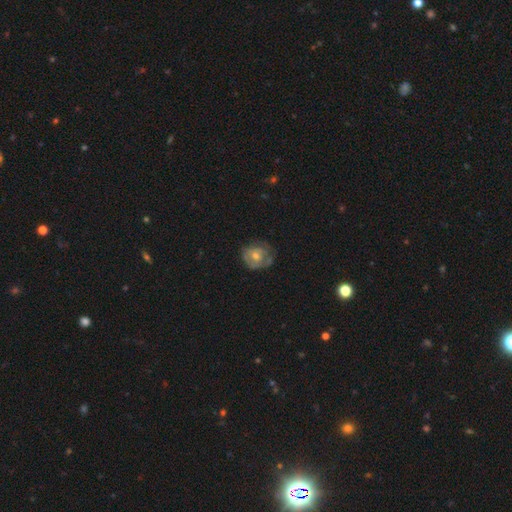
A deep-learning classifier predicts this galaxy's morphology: Smooth or featured? Predicted: featured or disk (p=0.52). Edge-on disk? Predicted: no (p=0.97). Bar? Predicted: no (p=0.80). Spiral arms? Predicted: yes (p=0.57). Bulge size? Predicted: moderate (p=0.57). Merging? Predicted: none (p=0.62).